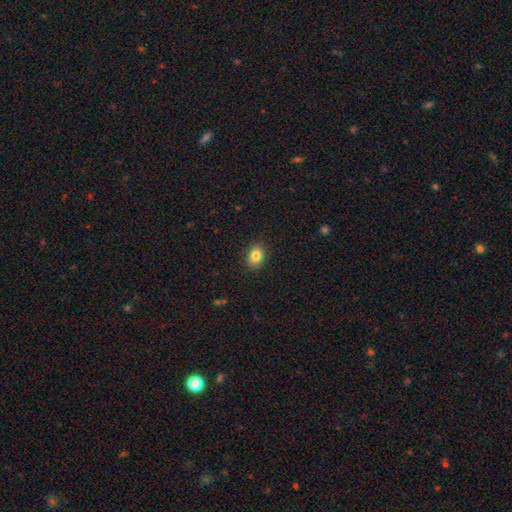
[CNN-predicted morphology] Smooth or featured: smooth — 84% (star or artifact — 9%)
How rounded: in between — 64% (round — 35%)
Merging: none — 89% (minor disturbance — 8%)